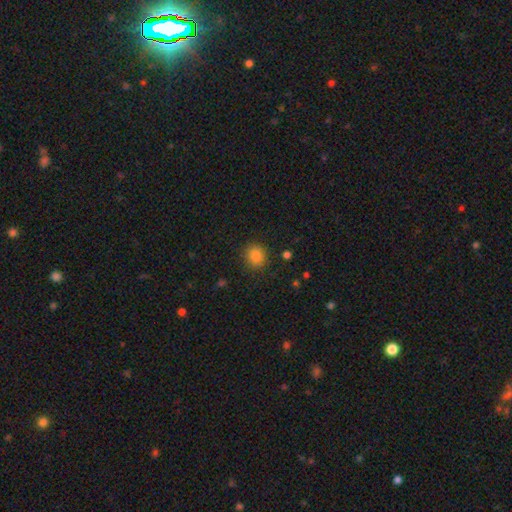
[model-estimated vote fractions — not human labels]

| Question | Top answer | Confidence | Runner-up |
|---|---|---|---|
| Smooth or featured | smooth | 84% | star or artifact (11%) |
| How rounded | round | 78% | in between (21%) |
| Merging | none | 86% | minor disturbance (9%) |